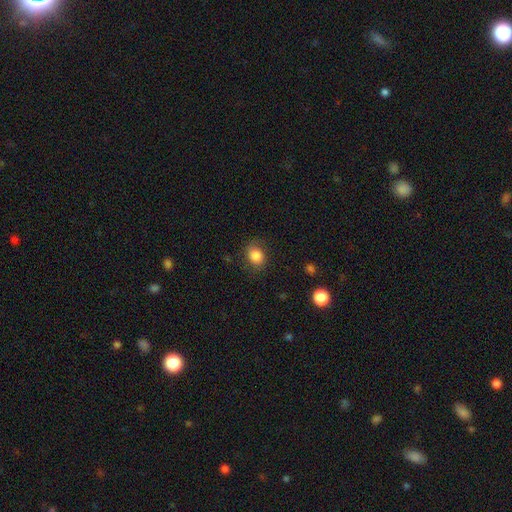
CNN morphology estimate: Smooth or featured? smooth (80%)
How rounded? round (55%)
Merging? none (71%)